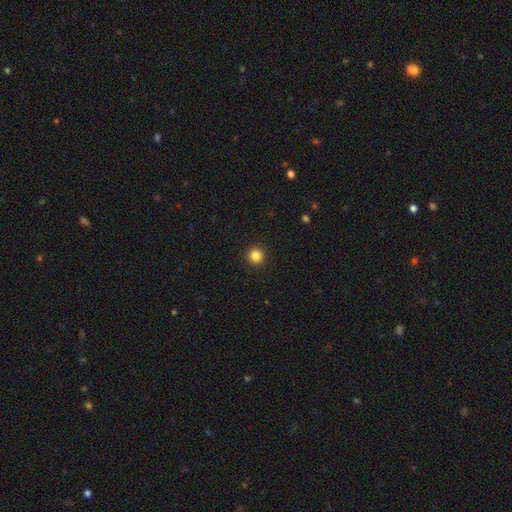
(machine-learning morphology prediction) This appears to be a smooth galaxy with no disk features (85%) that is round (94%). Merging: none (93%).